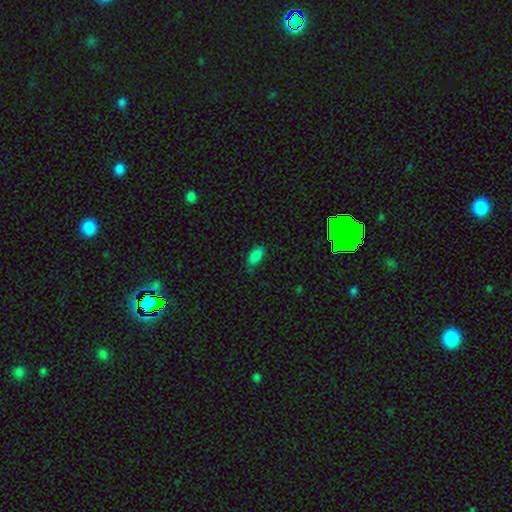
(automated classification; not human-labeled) Morphology: type=smooth (84%); roundness=in between (91%); merging=none (68%).